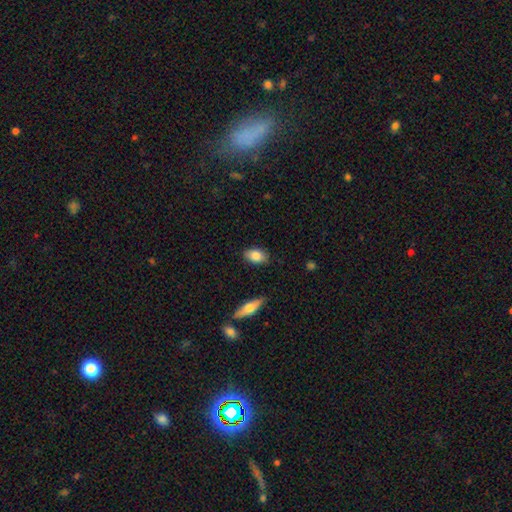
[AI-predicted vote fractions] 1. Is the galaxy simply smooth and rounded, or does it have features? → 83% smooth, 10% featured or disk, 7% star or artifact.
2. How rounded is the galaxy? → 88% in between, 8% round, 3% cigar-shaped.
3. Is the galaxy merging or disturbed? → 85% none, 11% minor disturbance, 2% major disturbance, 2% merger.